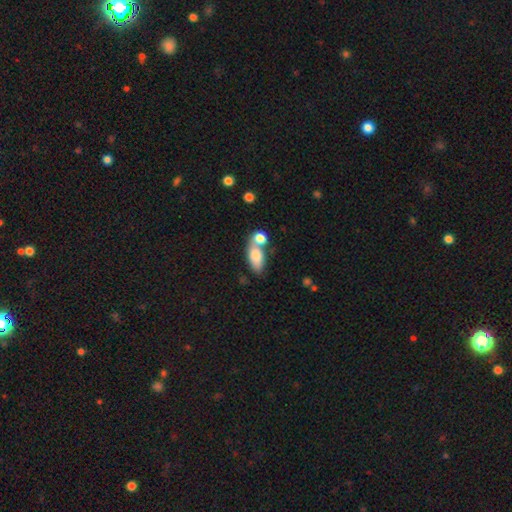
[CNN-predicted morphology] smooth-or-featured: smooth: 77% | featured or disk: 15% | star or artifact: 8%
  how-rounded: in between: 83% | cigar-shaped: 10% | round: 7%
  merging: none: 43% | merger: 37% | minor disturbance: 14% | major disturbance: 6%